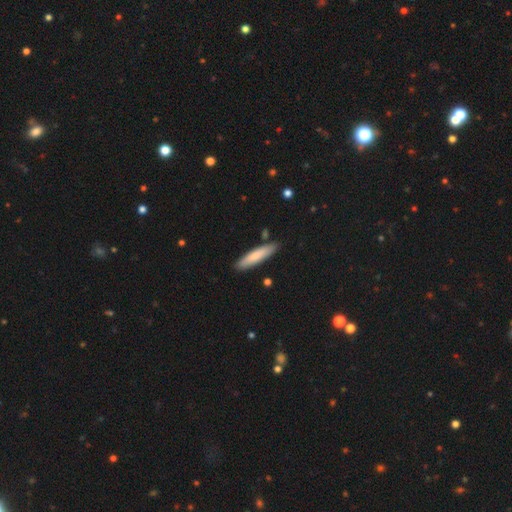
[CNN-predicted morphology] A smooth galaxy with no disk features (77%) that is cigar-shaped (81%).

Vote fractions:
- Smooth or featured? smooth: 77% / featured or disk: 18% / star or artifact: 5%
- How rounded? cigar-shaped: 81% / in between: 18% / round: 1%
- Merging? none: 86% / minor disturbance: 10% / merger: 2% / major disturbance: 2%